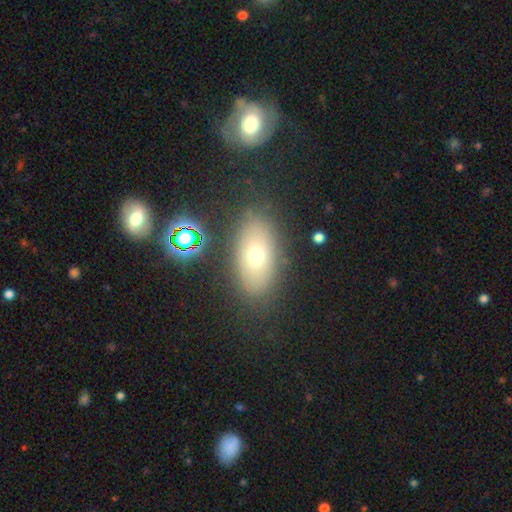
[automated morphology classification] A smooth galaxy with no disk features (60%) that is in between round and cigar-shaped (85%).

Vote fractions:
- Smooth or featured? smooth: 60% / featured or disk: 23% / star or artifact: 17%
- How rounded? in between: 85% / round: 10% / cigar-shaped: 4%
- Merging? none: 80% / minor disturbance: 11% / major disturbance: 5% / merger: 4%